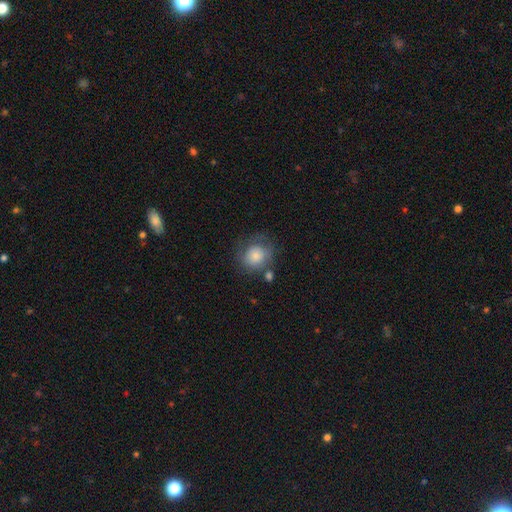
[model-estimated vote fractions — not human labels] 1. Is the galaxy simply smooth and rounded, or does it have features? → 75% smooth, 17% featured or disk, 8% star or artifact.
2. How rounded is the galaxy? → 84% round, 15% in between, 1% cigar-shaped.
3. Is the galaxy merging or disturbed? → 61% none, 20% minor disturbance, 11% major disturbance, 8% merger.